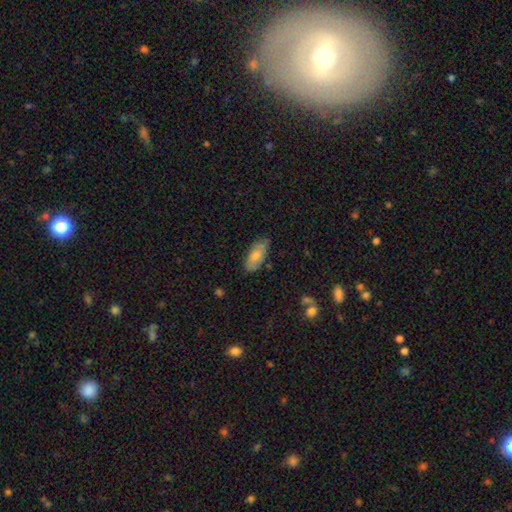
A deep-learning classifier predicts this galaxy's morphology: A smooth galaxy with no disk features (70%) that is in between round and cigar-shaped (80%).

Vote fractions:
- Smooth or featured? smooth: 70% / featured or disk: 23% / star or artifact: 7%
- How rounded? in between: 80% / cigar-shaped: 18% / round: 2%
- Merging? none: 81% / minor disturbance: 15% / major disturbance: 2% / merger: 2%